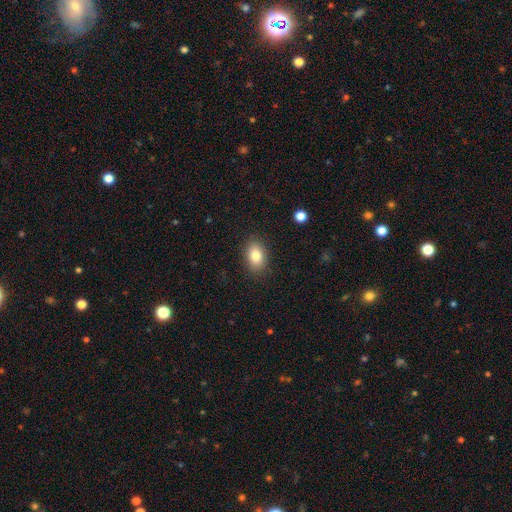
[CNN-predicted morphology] type=smooth (82%); roundness=in between (83%); merging=none (88%).